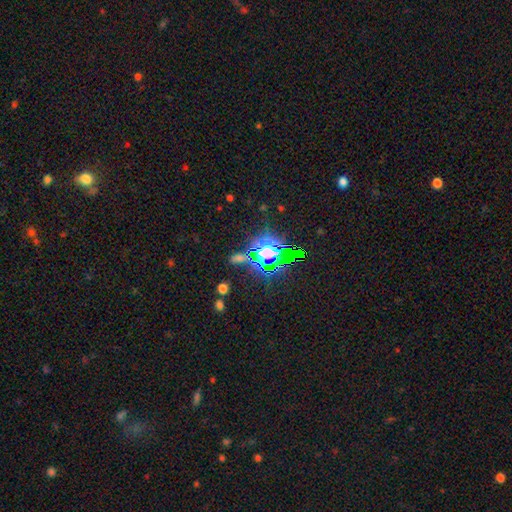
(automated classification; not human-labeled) Morphology: type=star or artifact (81%).